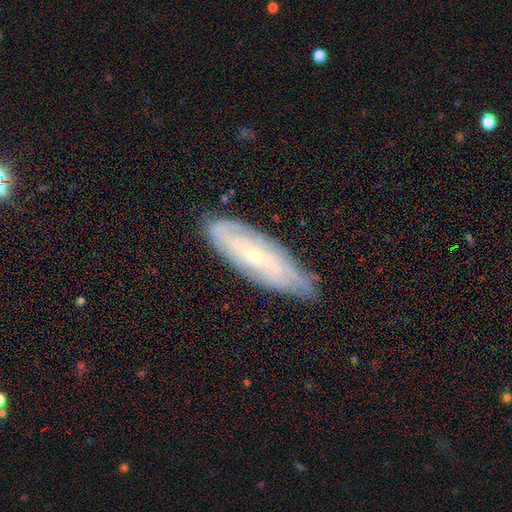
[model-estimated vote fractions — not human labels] Morphology: type=featured or disk (71%); edge-on=no (78%); bar=no (62%); spiral arms=yes (85%); bulge=small (76%); merging=none (79%).